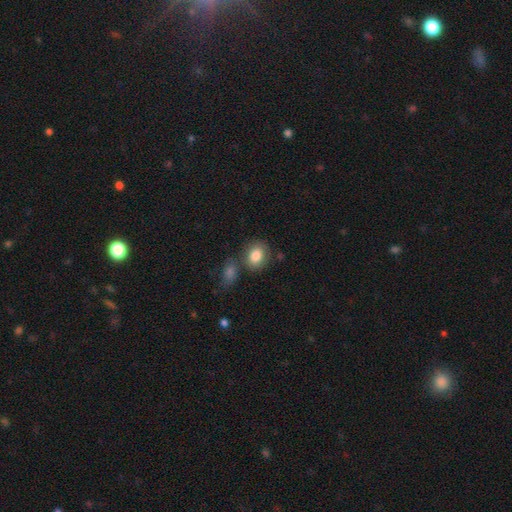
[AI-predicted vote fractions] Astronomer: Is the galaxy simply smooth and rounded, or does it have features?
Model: smooth — 84%.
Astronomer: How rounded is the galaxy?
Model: in between — 53% (runner-up: round, 46%).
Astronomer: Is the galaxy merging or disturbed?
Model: none — 69%.